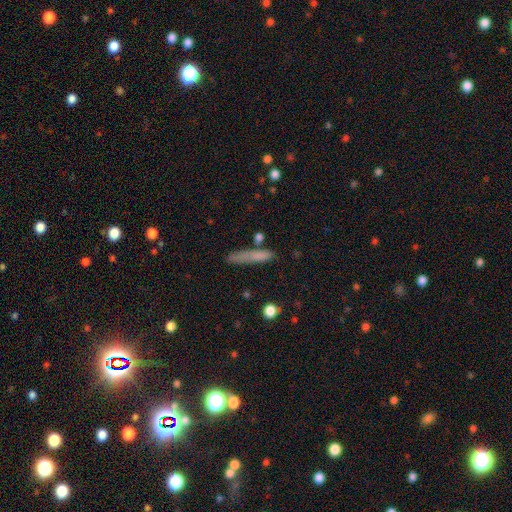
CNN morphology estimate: The model was most divided on "smooth or featured": smooth: 72%, featured or disk: 19%, star or artifact: 9%. More confident: how rounded — cigar-shaped (91%); merging — none (72%).